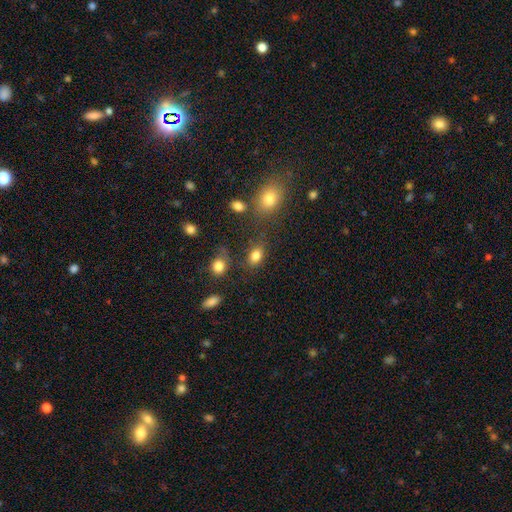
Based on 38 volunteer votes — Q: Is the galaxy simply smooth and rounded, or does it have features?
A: smooth — 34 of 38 (89%).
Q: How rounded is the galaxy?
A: in between — 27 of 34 (79%).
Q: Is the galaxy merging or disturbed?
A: none — 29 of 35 (83%).